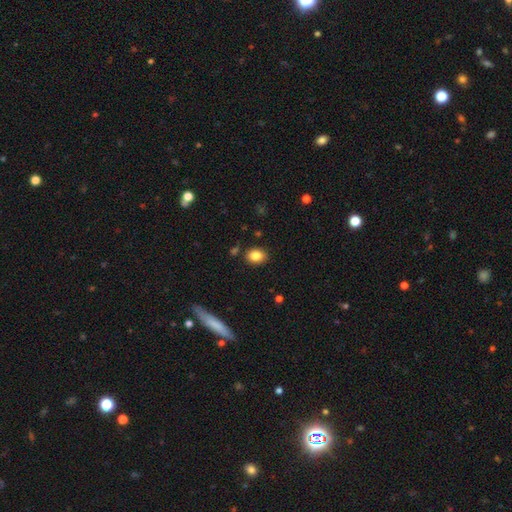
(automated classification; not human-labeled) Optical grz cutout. It shows a smooth galaxy with no disk features (84%) that is in between round and cigar-shaped (61%). Merging: none (85%).